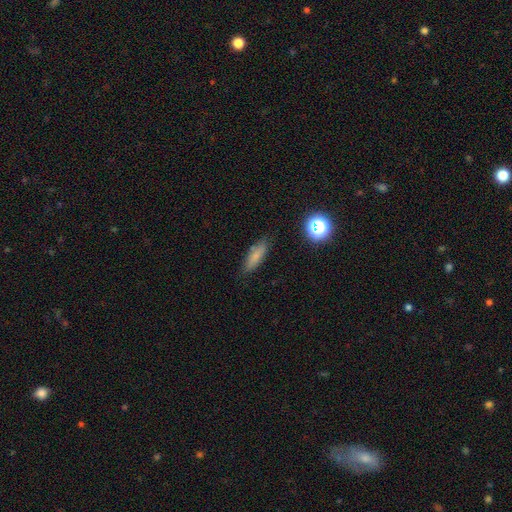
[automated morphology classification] This appears to be a smooth galaxy with no disk features (76%) that is cigar-shaped (52%). Merging: none (81%).